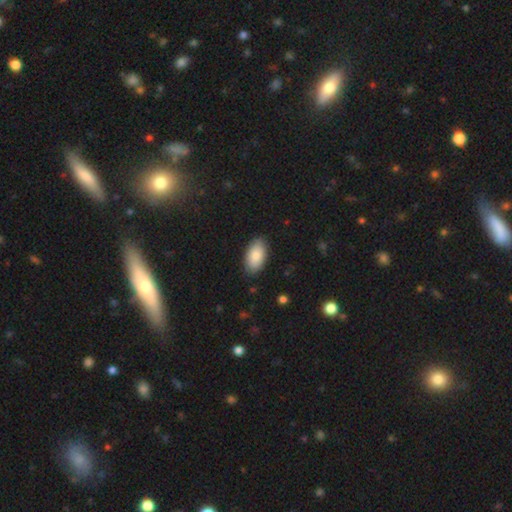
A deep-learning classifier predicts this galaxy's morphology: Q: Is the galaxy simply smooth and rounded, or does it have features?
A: smooth — 85%.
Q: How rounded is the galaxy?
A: in between — 95%.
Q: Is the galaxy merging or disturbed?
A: none — 86%.